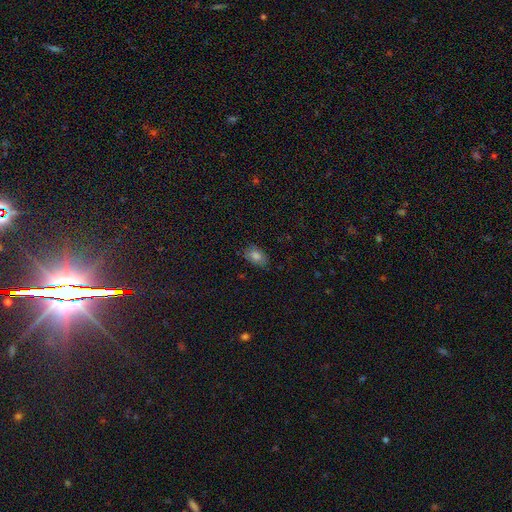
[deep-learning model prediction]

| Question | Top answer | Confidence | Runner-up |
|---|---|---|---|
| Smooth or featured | smooth | 75% | star or artifact (14%) |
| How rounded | in between | 84% | round (14%) |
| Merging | none | 80% | minor disturbance (16%) |